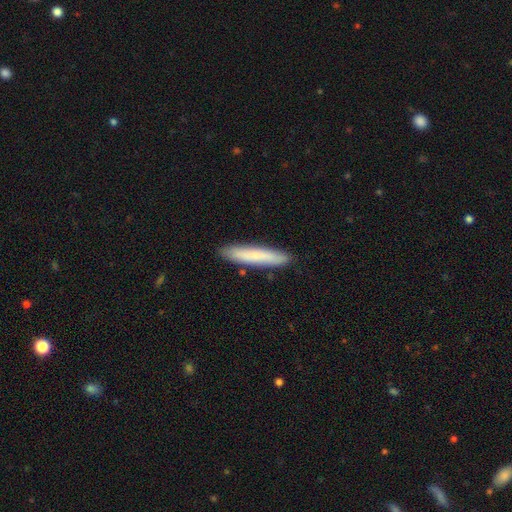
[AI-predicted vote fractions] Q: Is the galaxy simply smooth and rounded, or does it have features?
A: smooth — 71%.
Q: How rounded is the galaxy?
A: cigar-shaped — 92%.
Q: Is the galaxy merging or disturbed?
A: none — 89%.